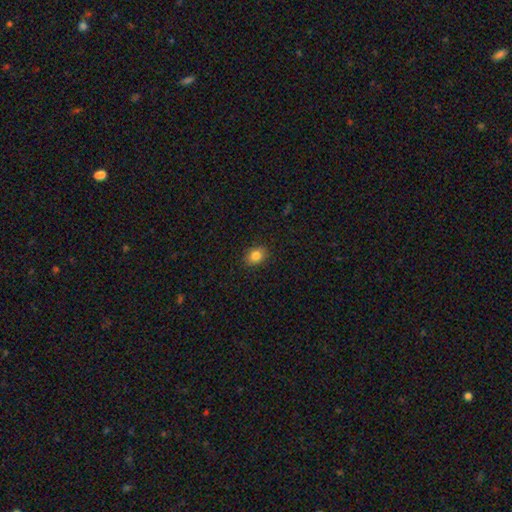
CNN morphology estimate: Smooth or featured?
  - smooth: 84% *
  - star or artifact: 10%
  - featured or disk: 6%
How rounded?
  - in between: 56% *
  - round: 43%
  - cigar-shaped: 1%
Merging?
  - none: 89% *
  - minor disturbance: 8%
  - major disturbance: 2%
  - merger: 1%